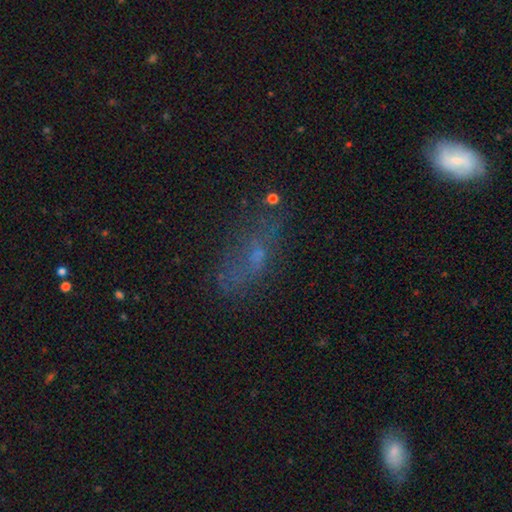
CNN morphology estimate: smooth 44%, featured or disk 33%, star or artifact 23%. Down the decision tree: merging — none (47%).